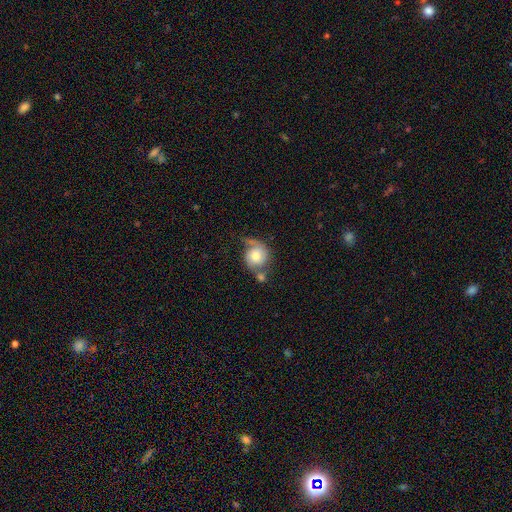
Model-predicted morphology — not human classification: A featured or disk galaxy (49%).

Vote fractions:
- Smooth or featured? featured or disk: 49% / smooth: 44% / star or artifact: 8%
- Merging? none: 35% / merger: 25% / minor disturbance: 22% / major disturbance: 18%